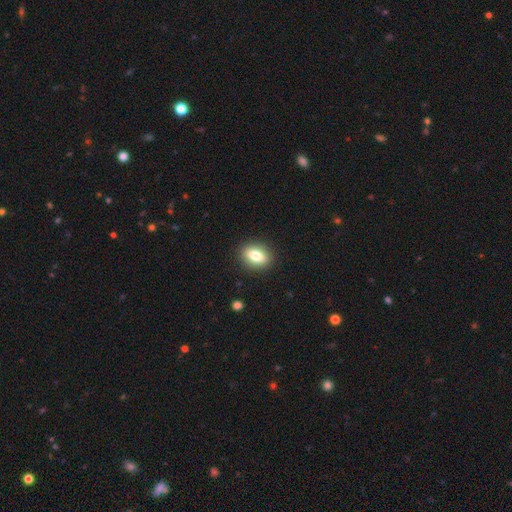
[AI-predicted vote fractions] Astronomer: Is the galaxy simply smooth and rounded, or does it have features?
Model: smooth — 76%.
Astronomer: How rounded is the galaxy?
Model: in between — 71%.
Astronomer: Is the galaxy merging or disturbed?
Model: none — 89%.